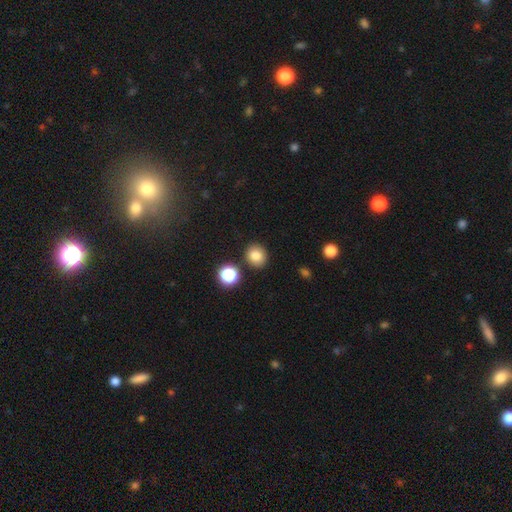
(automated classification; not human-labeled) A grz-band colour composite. It shows a smooth galaxy with no disk features (82%) that is round (79%). Merging: none (86%).